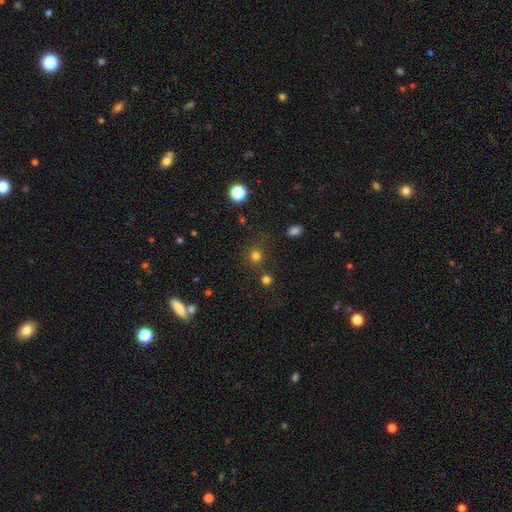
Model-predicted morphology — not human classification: This is likely a smooth galaxy (74%). How rounded: clearly round (87%). Merging: likely none (74%).